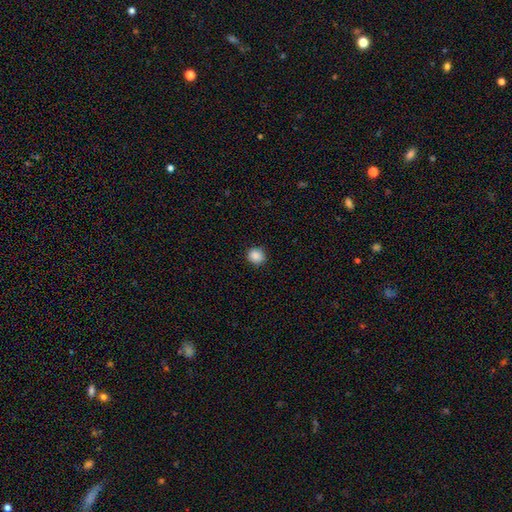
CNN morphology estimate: Smooth or featured: smooth — 88% (star or artifact — 9%)
How rounded: round — 87% (in between — 12%)
Merging: none — 90% (minor disturbance — 7%)